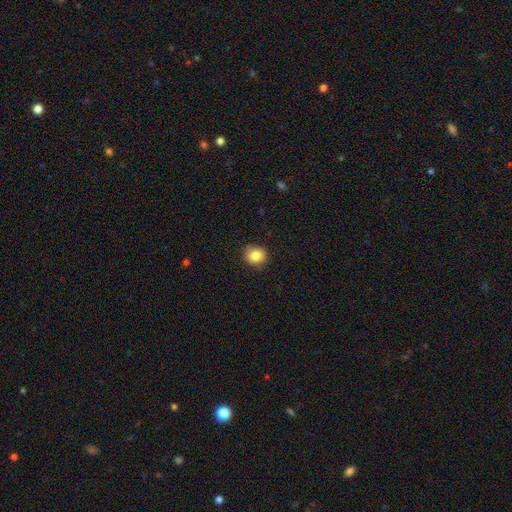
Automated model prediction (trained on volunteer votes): smooth-or-featured: smooth: 84% | star or artifact: 9% | featured or disk: 7%
  how-rounded: round: 77% | in between: 22% | cigar-shaped: 1%
  merging: none: 84% | minor disturbance: 13% | major disturbance: 2% | merger: 1%